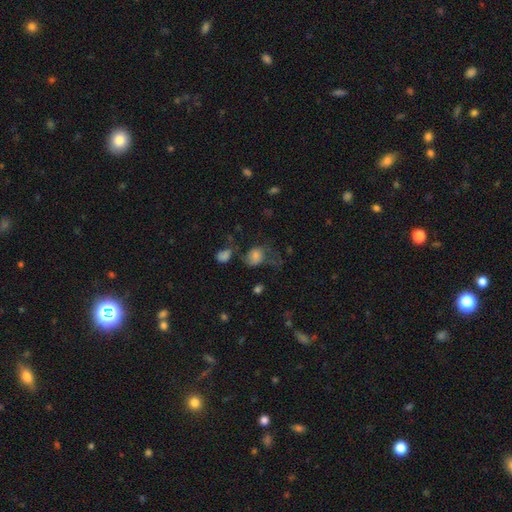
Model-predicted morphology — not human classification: A smooth galaxy with no disk features (62%) that is in between round and cigar-shaped (50%).

Vote fractions:
- Smooth or featured? smooth: 62% / featured or disk: 22% / star or artifact: 16%
- How rounded? in between: 50% / round: 49% / cigar-shaped: 1%
- Merging? major disturbance: 34% (tied) / none: 34% (tied) / minor disturbance: 22% / merger: 11%